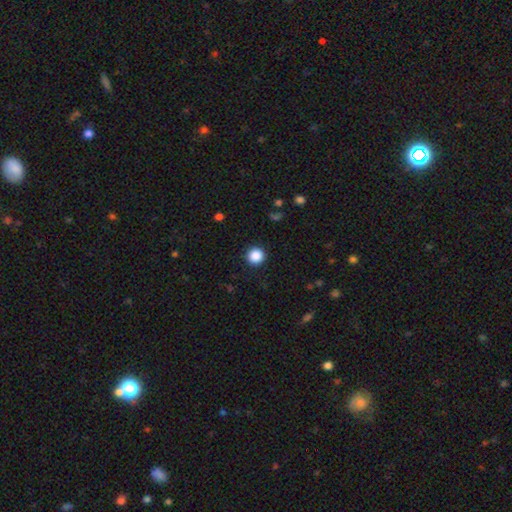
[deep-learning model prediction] Smooth or featured? Predicted: smooth (p=0.87). How rounded? Predicted: round (p=0.96). Merging? Predicted: none (p=0.92).